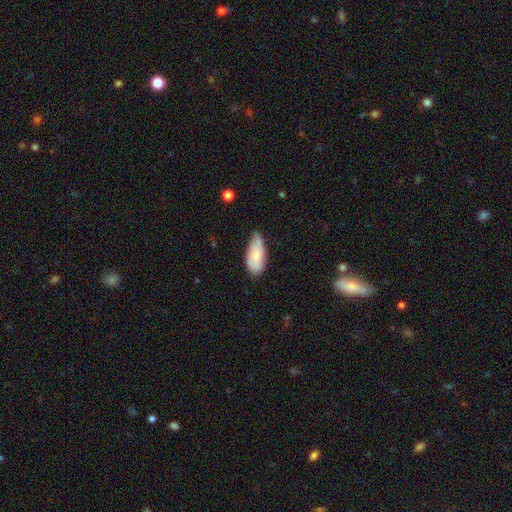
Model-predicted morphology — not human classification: Smooth or featured?
  - smooth: 75% *
  - featured or disk: 19%
  - star or artifact: 6%
How rounded?
  - in between: 88% *
  - cigar-shaped: 10%
  - round: 2%
Merging?
  - none: 45% *
  - minor disturbance: 44%
  - major disturbance: 8%
  - merger: 2%